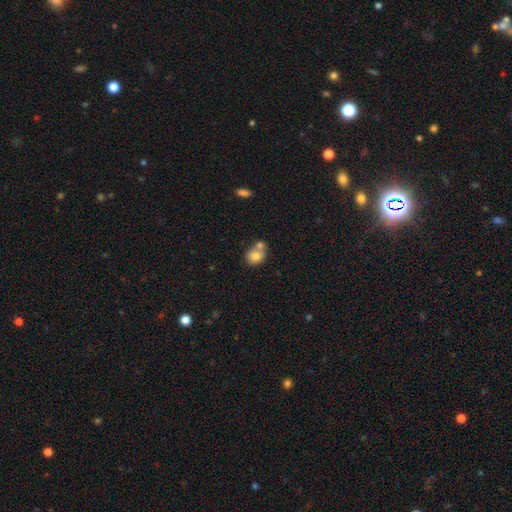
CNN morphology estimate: type=smooth (76%); roundness=round (66%); merging=merger (50%).